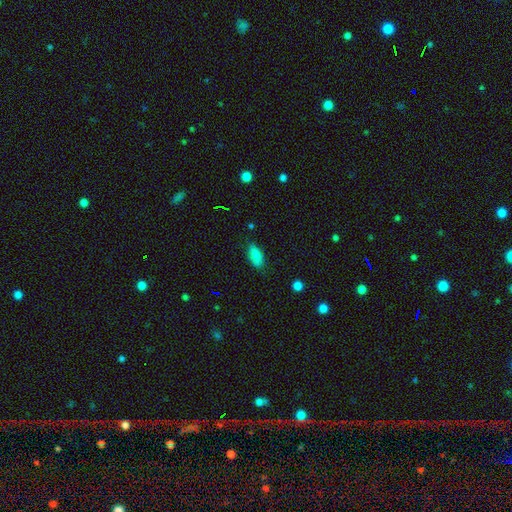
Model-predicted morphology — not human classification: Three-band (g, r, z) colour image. It shows a smooth galaxy with no disk features (84%) that is in between round and cigar-shaped (88%). Merging: none (80%).